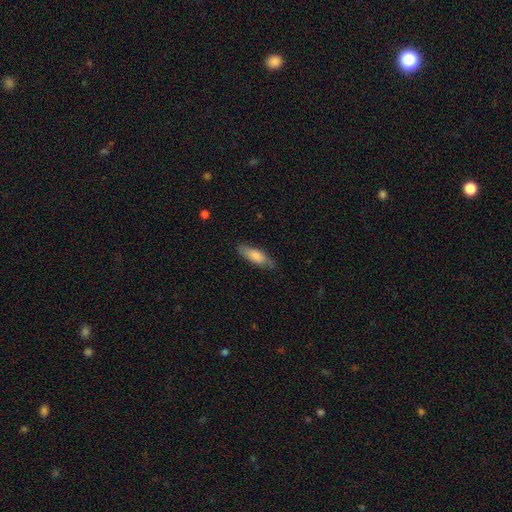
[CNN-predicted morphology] type=smooth (77%); roundness=in between (56%); merging=none (76%).